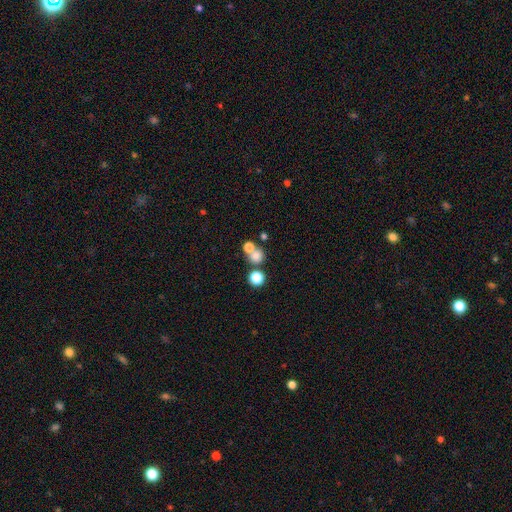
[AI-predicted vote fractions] This appears to be a smooth galaxy with no disk features (75%) that is round (84%). Merging: none (50%).